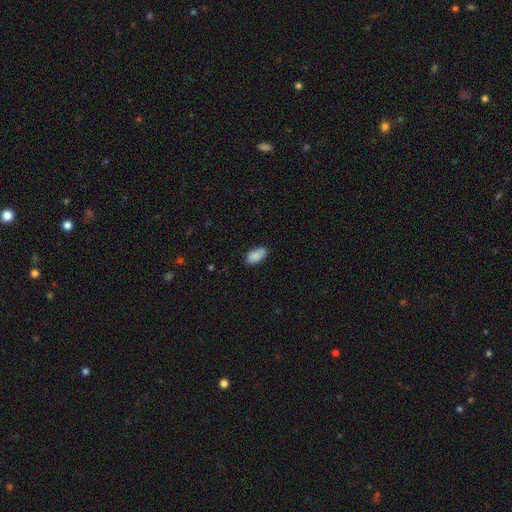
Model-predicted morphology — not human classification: smooth-or-featured: smooth: 89% | star or artifact: 7% | featured or disk: 5%
  how-rounded: in between: 93% | cigar-shaped: 4% | round: 3%
  merging: none: 81% | minor disturbance: 15% | major disturbance: 3% | merger: 1%